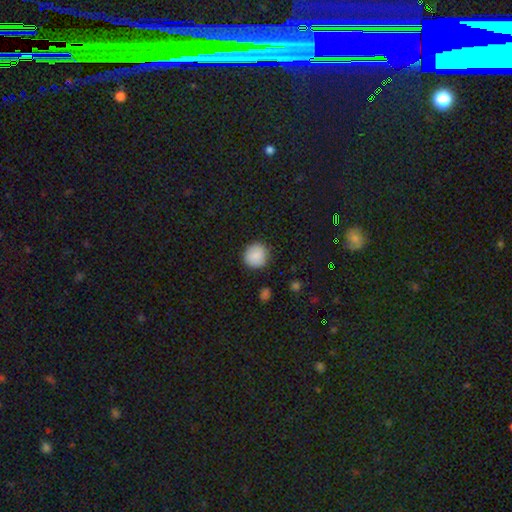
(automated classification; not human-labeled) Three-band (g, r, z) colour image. It shows a smooth galaxy with no disk features (87%) that is round (91%). Merging: none (88%).